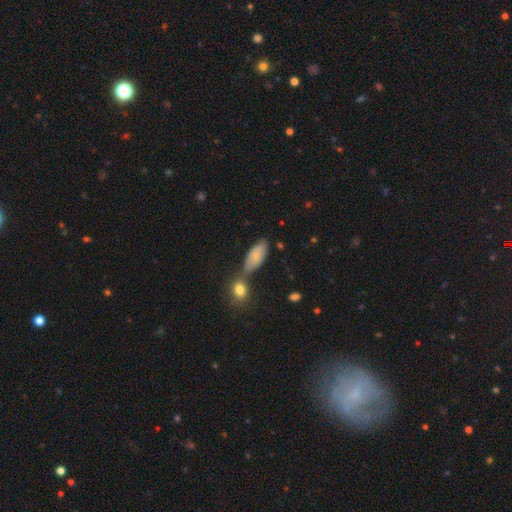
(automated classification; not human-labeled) Smooth or featured? Predicted: smooth (p=0.75). How rounded? Predicted: in between (p=0.85). Merging? Predicted: none (p=0.48).